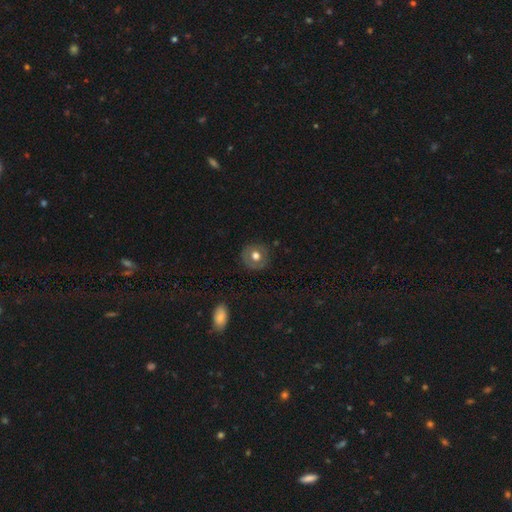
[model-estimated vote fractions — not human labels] A smooth galaxy with no disk features (59%) that is round (88%).

Vote fractions:
- Smooth or featured? smooth: 59% / featured or disk: 32% / star or artifact: 9%
- How rounded? round: 88% / in between: 11% / cigar-shaped: 1%
- Merging? none: 84% / minor disturbance: 11% / major disturbance: 4% / merger: 1%